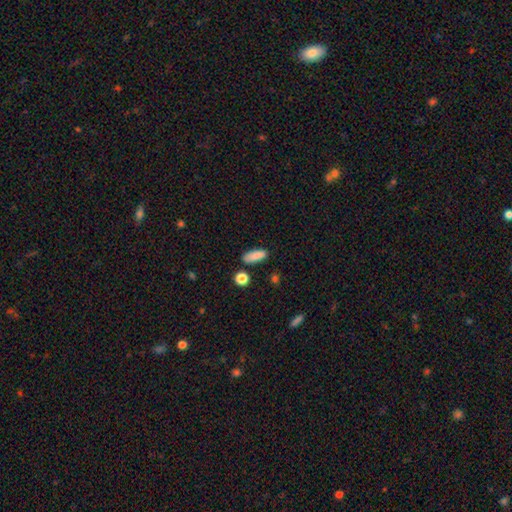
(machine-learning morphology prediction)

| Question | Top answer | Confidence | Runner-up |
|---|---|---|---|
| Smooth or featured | smooth | 87% | star or artifact (8%) |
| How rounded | in between | 65% | cigar-shaped (31%) |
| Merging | none | 79% | minor disturbance (14%) |